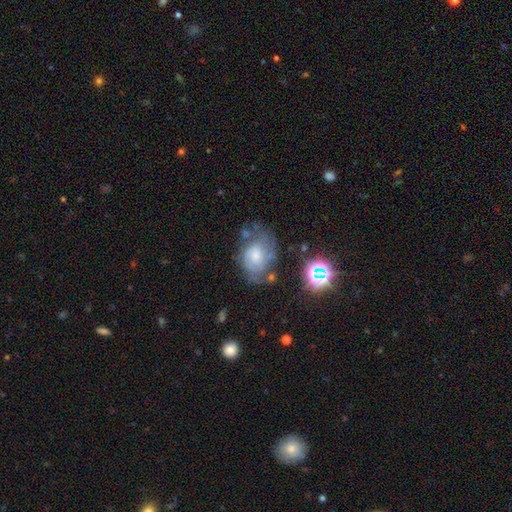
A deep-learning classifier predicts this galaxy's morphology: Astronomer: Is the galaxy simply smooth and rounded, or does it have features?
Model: featured or disk — 63%.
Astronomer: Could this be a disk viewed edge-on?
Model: no — 97%.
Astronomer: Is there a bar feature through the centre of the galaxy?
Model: no — 68%.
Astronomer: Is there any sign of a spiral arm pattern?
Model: yes — 84%.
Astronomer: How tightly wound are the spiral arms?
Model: tight — 49% (runner-up: medium, 38%).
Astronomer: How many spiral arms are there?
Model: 2 — 41% (runner-up: can't tell, 38%).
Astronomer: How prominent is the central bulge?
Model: moderate — 45% (runner-up: small, 33%).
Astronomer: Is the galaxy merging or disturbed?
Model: none — 49% (runner-up: minor disturbance, 27%).